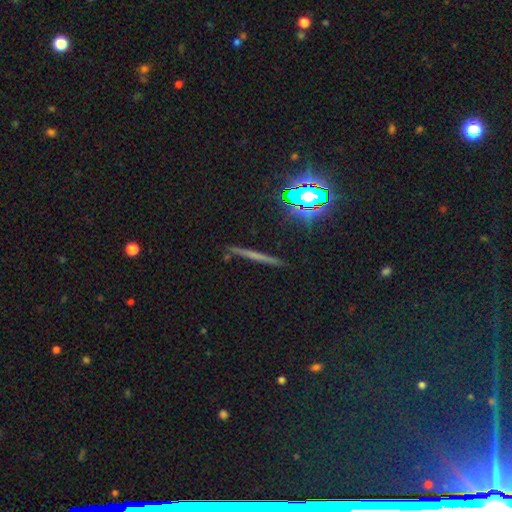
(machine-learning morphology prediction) smooth_or_featured: featured or disk (p=0.42) [alt: smooth p=0.34]
merging: none (p=0.88) [alt: minor disturbance p=0.08]